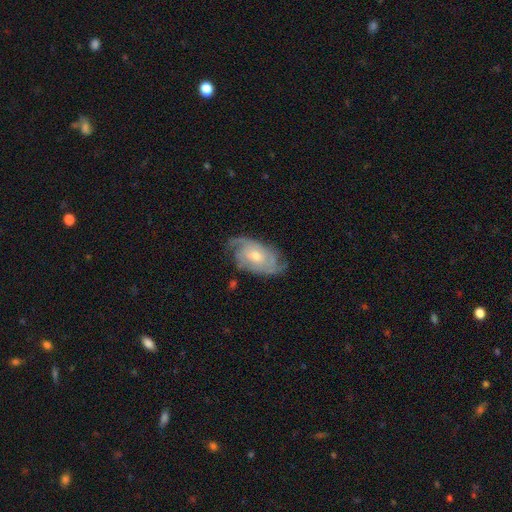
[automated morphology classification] Overall: featured or disk (83%). Edge-on disk: no (95%). Bar: no (69%). Spiral arms: yes (95%). Spiral arm count: 2 (39%; can't tell 25%). Spiral winding: tight (54%; medium 35%). Bulge size: moderate (56%; small 39%). Merging: none (71%).